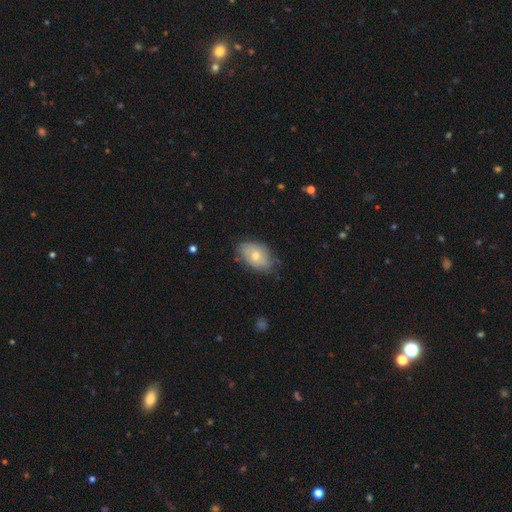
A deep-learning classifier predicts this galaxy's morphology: A smooth galaxy with no disk features (56%) that is in between round and cigar-shaped (87%).

Vote fractions:
- Smooth or featured? smooth: 56% / featured or disk: 37% / star or artifact: 7%
- How rounded? in between: 87% / round: 12% / cigar-shaped: 1%
- Merging? none: 67% / minor disturbance: 25% / major disturbance: 6% / merger: 2%